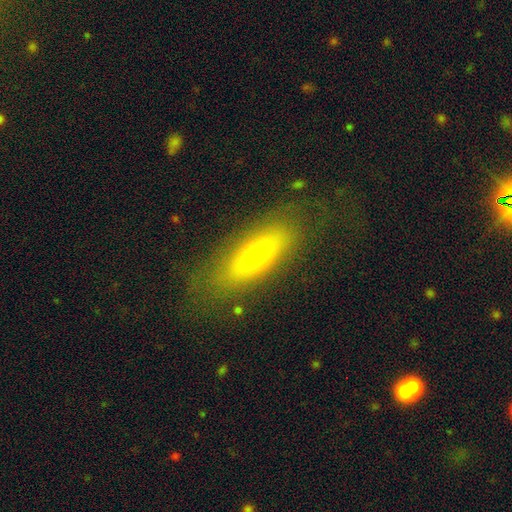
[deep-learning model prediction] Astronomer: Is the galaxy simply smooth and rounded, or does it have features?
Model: smooth — 60%.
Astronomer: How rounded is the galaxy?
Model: in between — 54% (runner-up: cigar-shaped, 43%).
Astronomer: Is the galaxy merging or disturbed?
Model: none — 78%.